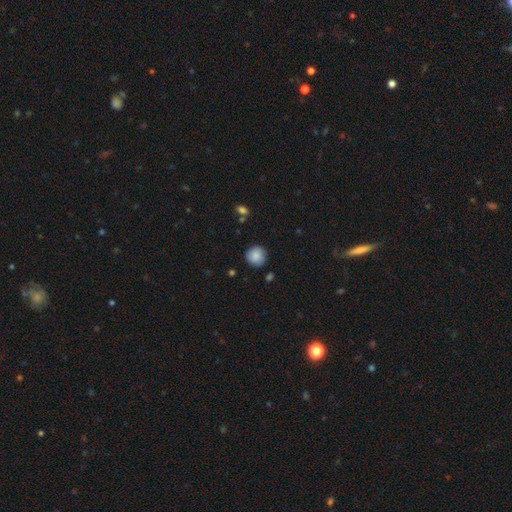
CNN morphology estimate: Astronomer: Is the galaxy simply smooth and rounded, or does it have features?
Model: smooth — 85%.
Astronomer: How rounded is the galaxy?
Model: round — 94%.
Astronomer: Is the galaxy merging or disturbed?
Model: none — 86%.